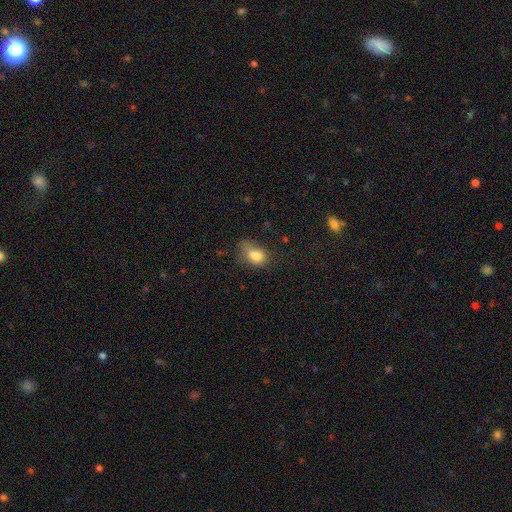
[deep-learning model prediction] This appears to be a smooth galaxy with no disk features (78%) that is in between round and cigar-shaped (75%). Merging: none (35%).